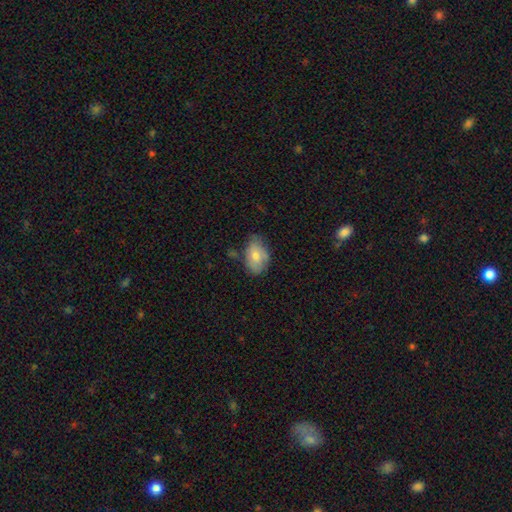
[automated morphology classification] Smooth or featured?
  - smooth: 70% *
  - featured or disk: 23%
  - star or artifact: 7%
How rounded?
  - in between: 87% *
  - round: 11%
  - cigar-shaped: 2%
Merging?
  - none: 61% *
  - minor disturbance: 30%
  - major disturbance: 6%
  - merger: 3%